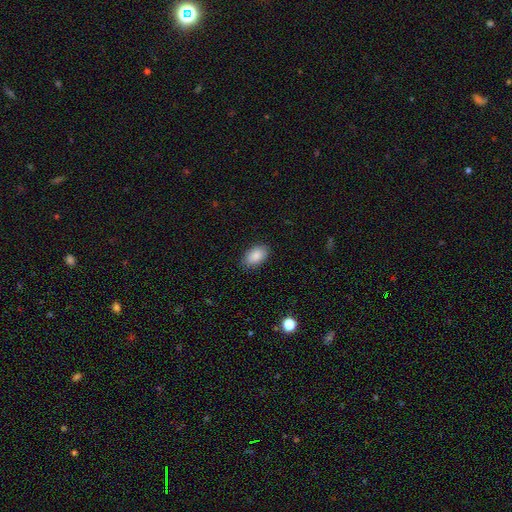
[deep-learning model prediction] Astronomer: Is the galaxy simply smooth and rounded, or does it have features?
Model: smooth — 88%.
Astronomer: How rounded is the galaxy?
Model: in between — 92%.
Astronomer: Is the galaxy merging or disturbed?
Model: none — 86%.